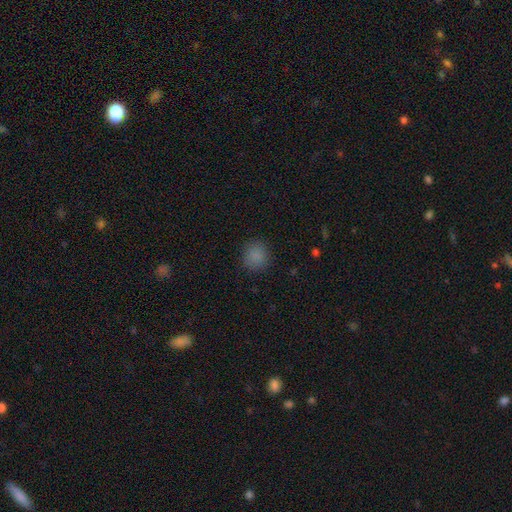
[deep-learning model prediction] A smooth galaxy with no disk features (85%) that is round (89%). Merging: none (88%).